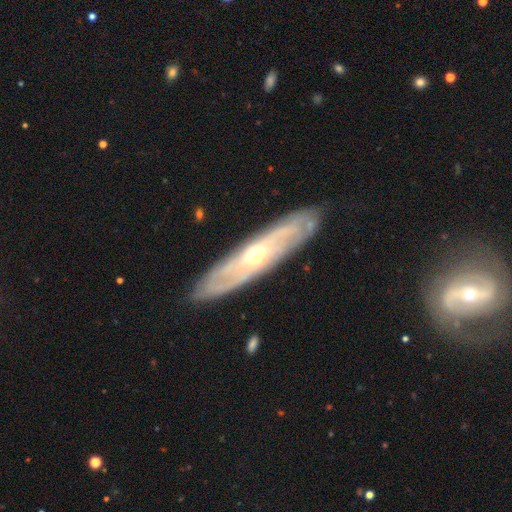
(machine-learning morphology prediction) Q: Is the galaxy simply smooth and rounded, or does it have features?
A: featured or disk — 78%.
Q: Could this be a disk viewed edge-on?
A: no — 63%.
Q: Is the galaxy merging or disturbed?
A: none — 86%.